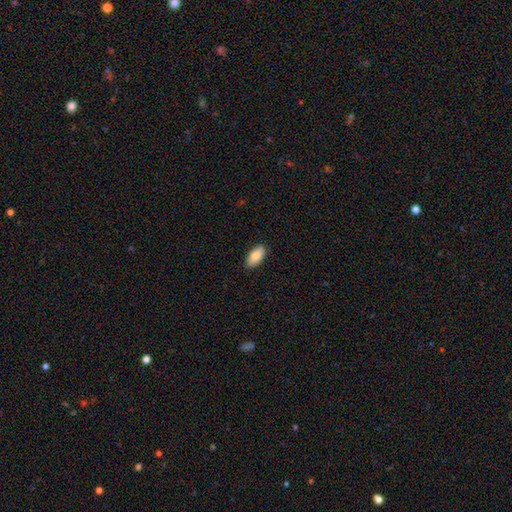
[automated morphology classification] Q: Smooth or featured?
A: smooth (83%); runner-up: featured or disk (11%)
Q: How rounded?
A: in between (92%); runner-up: cigar-shaped (5%)
Q: Merging?
A: none (87%); runner-up: minor disturbance (10%)